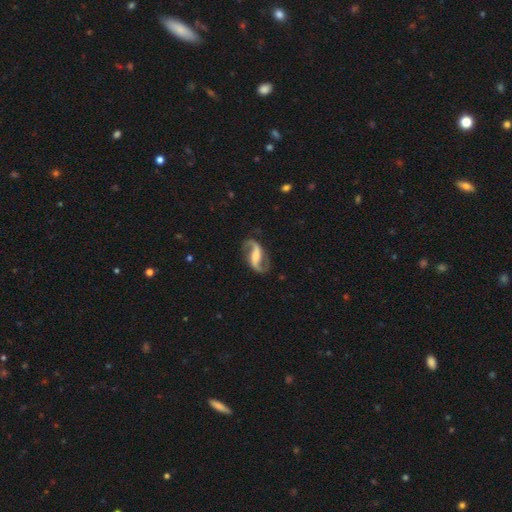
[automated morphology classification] type=featured or disk (90%); edge-on=no (97%); bar=strong (44%); spiral arms=yes (97%); winding=loose (59%); arm count=2 (94%); bulge=moderate (47%); merging=none (82%).